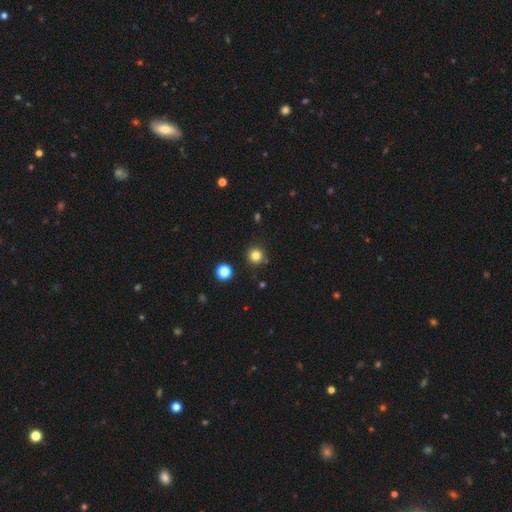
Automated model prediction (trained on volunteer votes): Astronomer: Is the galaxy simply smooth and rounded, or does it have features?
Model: smooth — 81%.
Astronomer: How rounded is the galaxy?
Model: round — 95%.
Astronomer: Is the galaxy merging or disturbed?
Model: none — 87%.